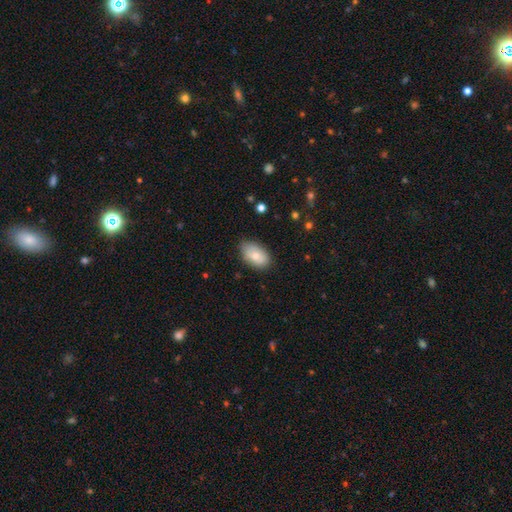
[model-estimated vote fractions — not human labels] A smooth galaxy with no disk features (79%) that is in between round and cigar-shaped (92%).

Vote fractions:
- Smooth or featured? smooth: 79% / featured or disk: 15% / star or artifact: 7%
- How rounded? in between: 92% / round: 6% / cigar-shaped: 2%
- Merging? none: 75% / minor disturbance: 20% / major disturbance: 3% / merger: 1%